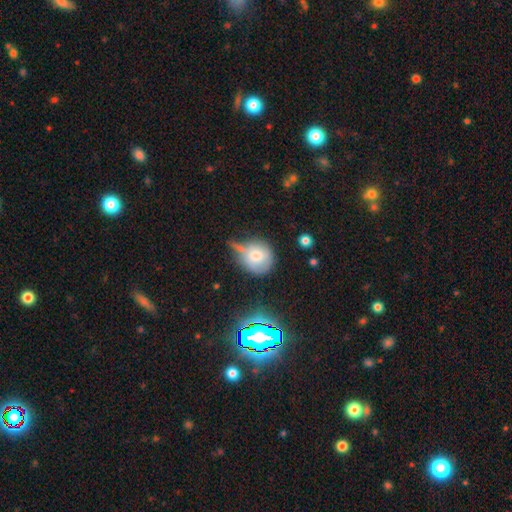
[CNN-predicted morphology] The model was most divided on "merging": none: 41%, minor disturbance: 32%, major disturbance: 16%, merger: 11%. More confident: how rounded — round (82%); smooth or featured — smooth (66%).